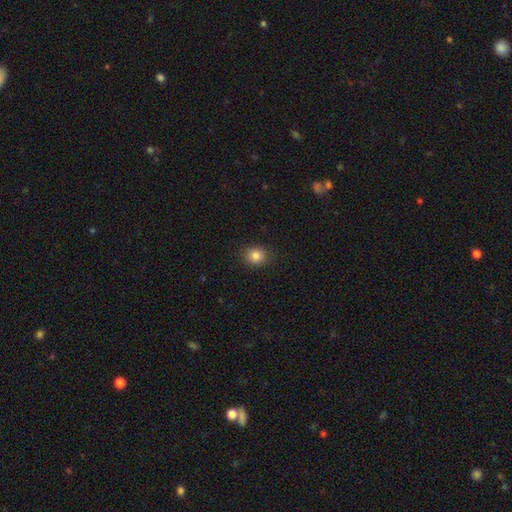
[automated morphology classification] smooth_or_featured: smooth (p=0.84) [alt: star or artifact p=0.11]
how_rounded: round (p=0.70) [alt: in between p=0.29]
merging: none (p=0.89) [alt: minor disturbance p=0.08]